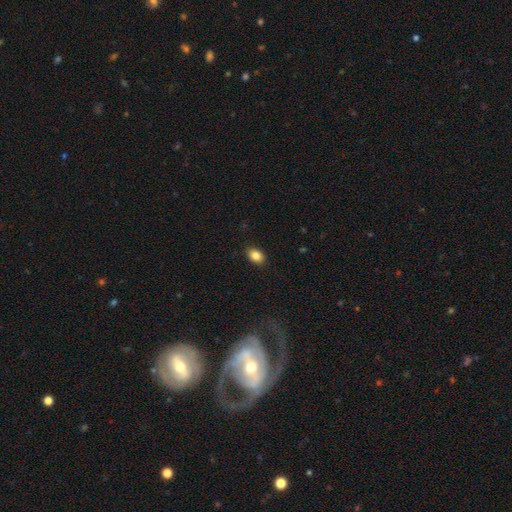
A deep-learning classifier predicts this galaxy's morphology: Smooth or featured? Predicted: smooth (p=0.85). How rounded? Predicted: in between (p=0.78). Merging? Predicted: none (p=0.89).